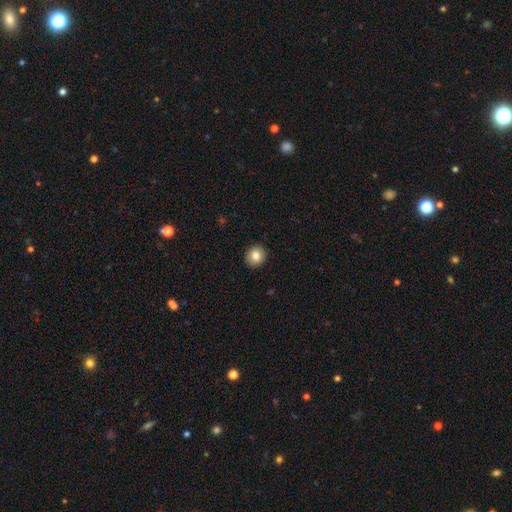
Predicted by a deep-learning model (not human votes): Overall: smooth (83%). How rounded: round (80%). Merging: none (92%).